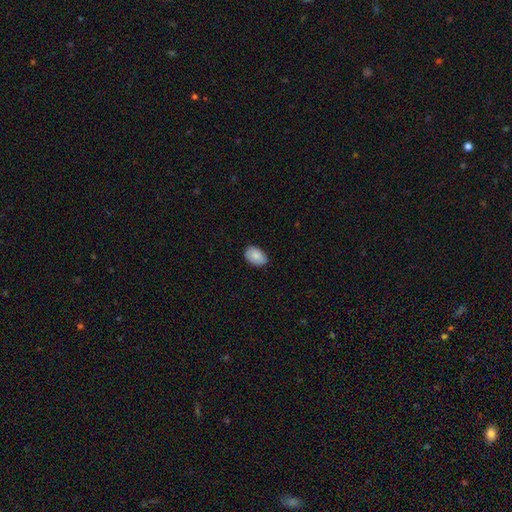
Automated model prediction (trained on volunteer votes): This is clearly a smooth galaxy (87%). How rounded: clearly in between (89%). Merging: clearly none (83%).